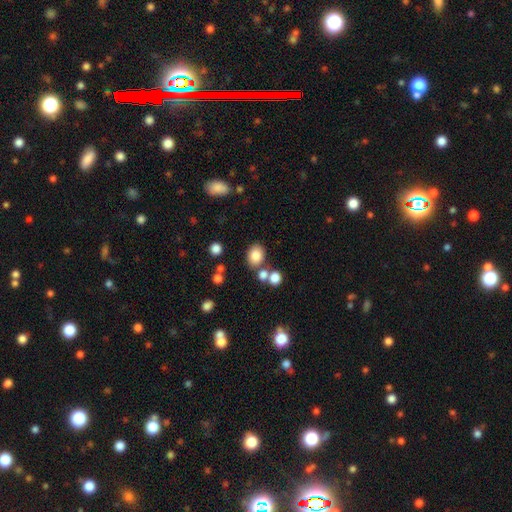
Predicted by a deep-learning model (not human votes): Smooth or featured? Predicted: smooth (p=0.82). How rounded? Predicted: in between (p=0.54). Merging? Predicted: none (p=0.68).